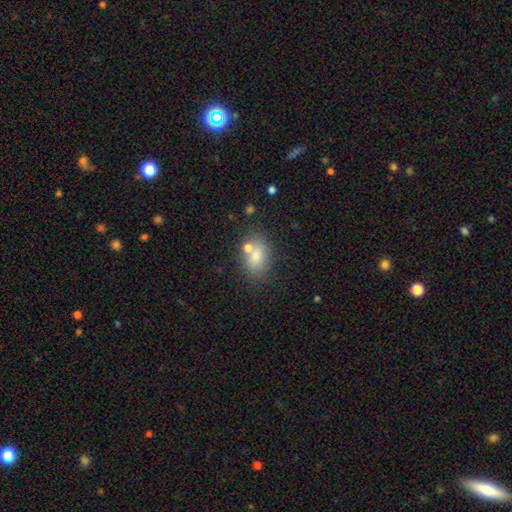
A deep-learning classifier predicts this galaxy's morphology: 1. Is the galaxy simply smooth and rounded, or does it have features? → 75% smooth, 12% star or artifact, 12% featured or disk.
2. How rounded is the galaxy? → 80% in between, 17% round, 3% cigar-shaped.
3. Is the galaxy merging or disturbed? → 65% none, 16% merger, 15% minor disturbance, 5% major disturbance.